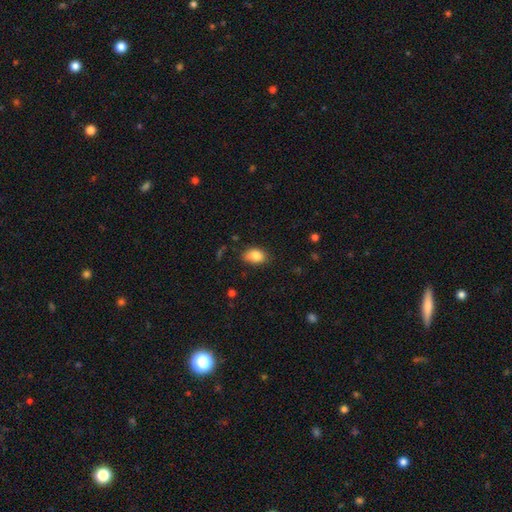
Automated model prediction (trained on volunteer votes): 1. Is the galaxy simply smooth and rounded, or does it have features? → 85% smooth, 8% star or artifact, 7% featured or disk.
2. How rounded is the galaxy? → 82% in between, 17% round, 1% cigar-shaped.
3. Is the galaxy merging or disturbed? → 72% none, 22% minor disturbance, 4% major disturbance, 2% merger.